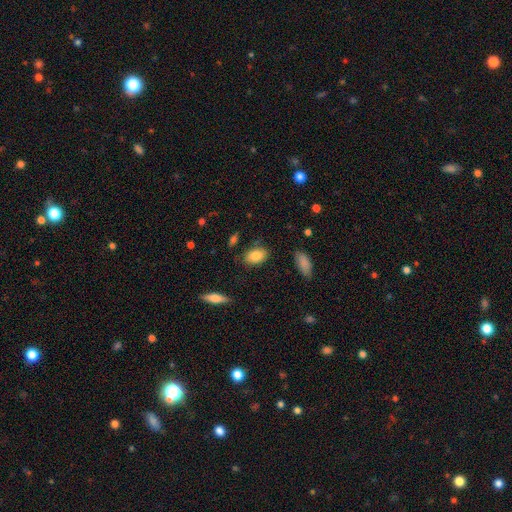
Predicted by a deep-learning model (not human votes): Overall: smooth (84%). How rounded: in between (89%). Merging: none (80%).